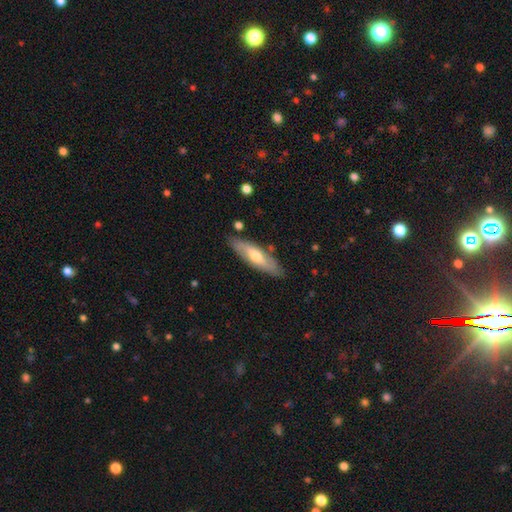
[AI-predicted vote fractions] Q: Smooth or featured?
A: featured or disk (47%); tied with: smooth (47%)
Q: Merging?
A: none (81%); runner-up: minor disturbance (14%)